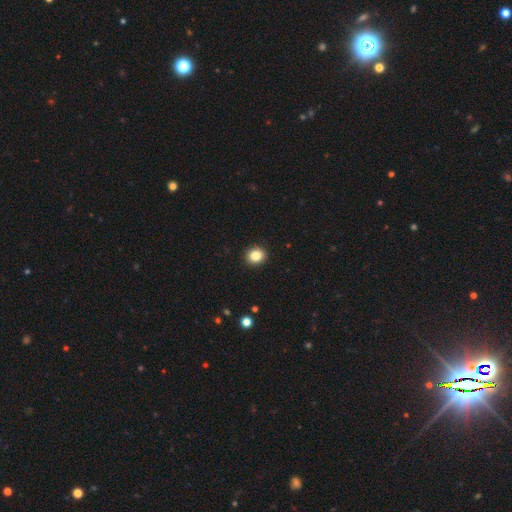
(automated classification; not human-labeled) Smooth or featured?
  - smooth: 86% *
  - star or artifact: 10%
  - featured or disk: 4%
How rounded?
  - round: 76% *
  - in between: 23%
  - cigar-shaped: 1%
Merging?
  - none: 91% *
  - minor disturbance: 6%
  - major disturbance: 2%
  - merger: 1%